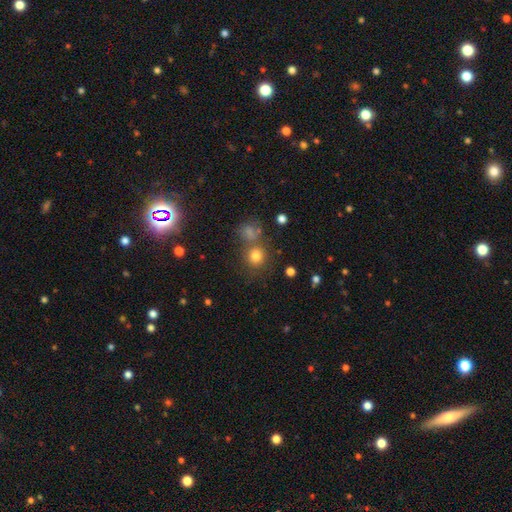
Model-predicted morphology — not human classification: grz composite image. It shows a smooth galaxy with no disk features (78%) that is round (88%). Merging: none (67%).